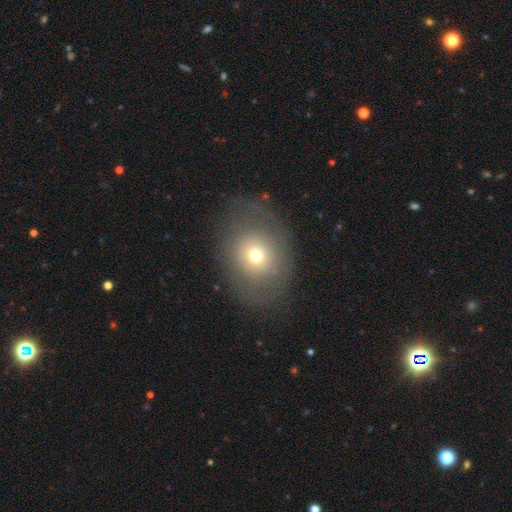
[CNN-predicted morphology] A smooth galaxy with no disk features (61%) that is round (51%).

Vote fractions:
- Smooth or featured? smooth: 61% / featured or disk: 26% / star or artifact: 13%
- How rounded? round: 51% / in between: 48% / cigar-shaped: 1%
- Merging? none: 73% / minor disturbance: 15% / major disturbance: 10% / merger: 1%